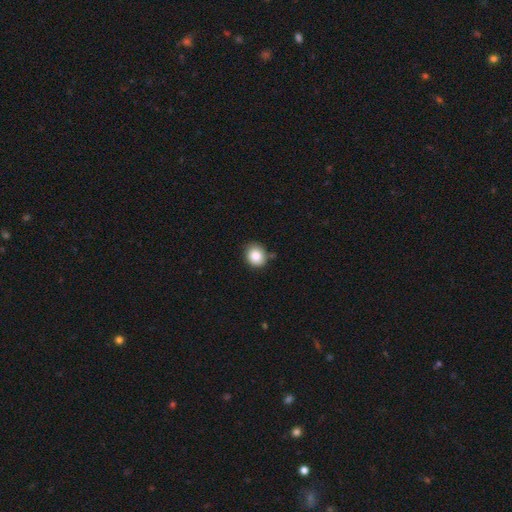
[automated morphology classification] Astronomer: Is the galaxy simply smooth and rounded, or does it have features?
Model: smooth — 85%.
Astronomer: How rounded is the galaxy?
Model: round — 68%.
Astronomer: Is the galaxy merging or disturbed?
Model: none — 77%.